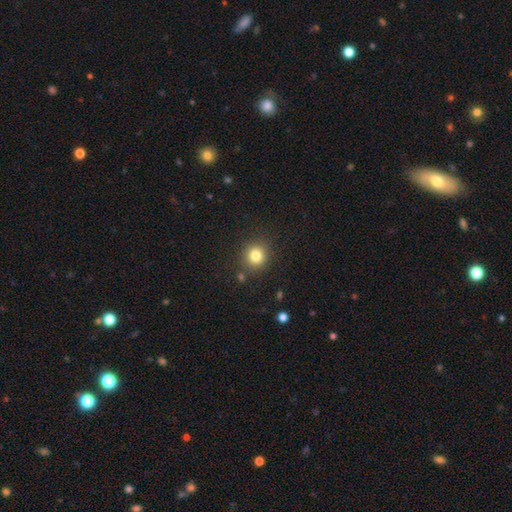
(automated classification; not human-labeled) Smooth or featured? Predicted: smooth (p=0.81). How rounded? Predicted: round (p=0.90). Merging? Predicted: none (p=0.86).